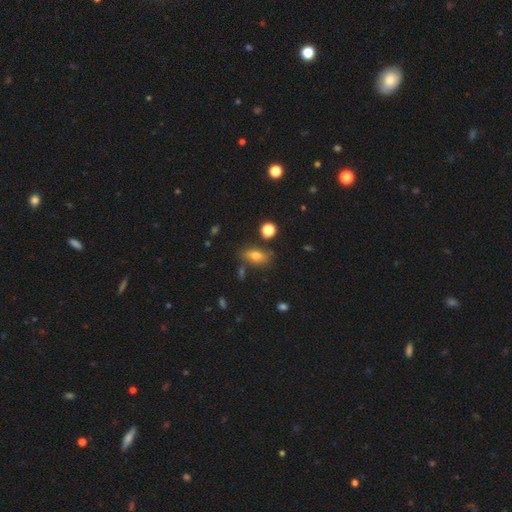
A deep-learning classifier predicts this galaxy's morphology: smooth 71%, featured or disk 18%, star or artifact 11%. Down the decision tree: how rounded — in between (79%); merging — none (77%).